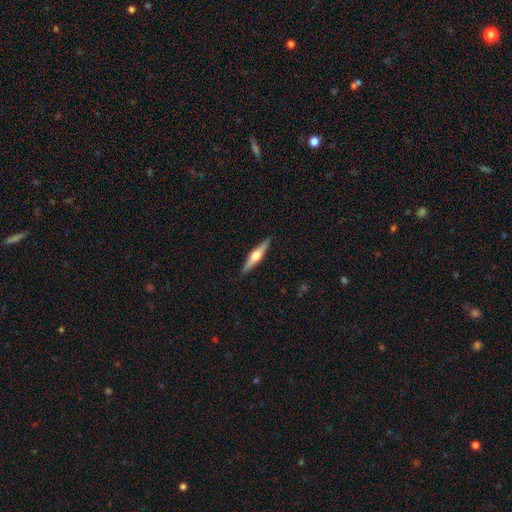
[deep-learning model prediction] Morphology: type=featured or disk (62%); edge-on=yes (97%); edge-on bulge=rounded (93%); merging=none (91%).